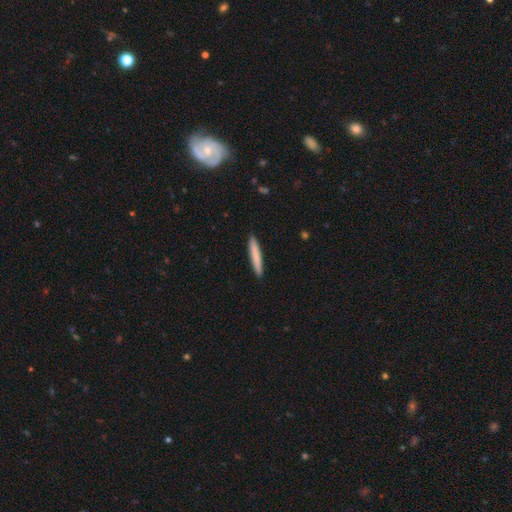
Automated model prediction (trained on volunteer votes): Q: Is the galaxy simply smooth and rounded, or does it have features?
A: smooth — 80%.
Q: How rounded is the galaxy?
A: cigar-shaped — 95%.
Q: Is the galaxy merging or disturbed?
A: none — 91%.